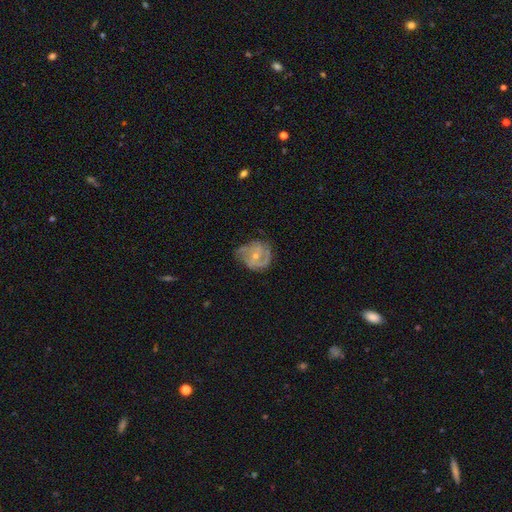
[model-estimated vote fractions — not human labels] A featured or disk galaxy (77%) with no bar (68%), 2 (40%) medium (45%) spiral arms (90%) and a small central bulge (58%). Merging: none (57%).